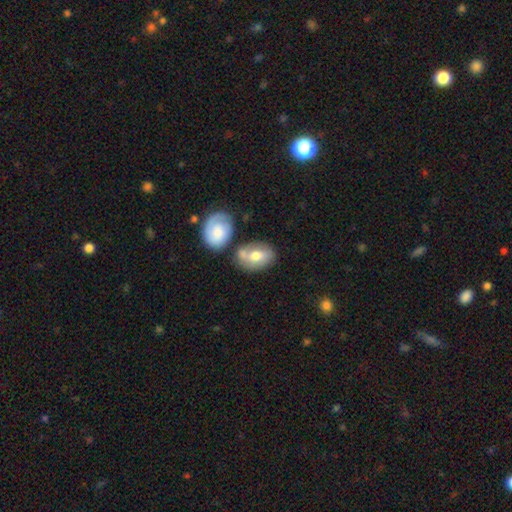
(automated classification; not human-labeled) smooth 55%, featured or disk 39%, star or artifact 6%. Down the decision tree: how rounded — in between (80%); merging — none (52%).